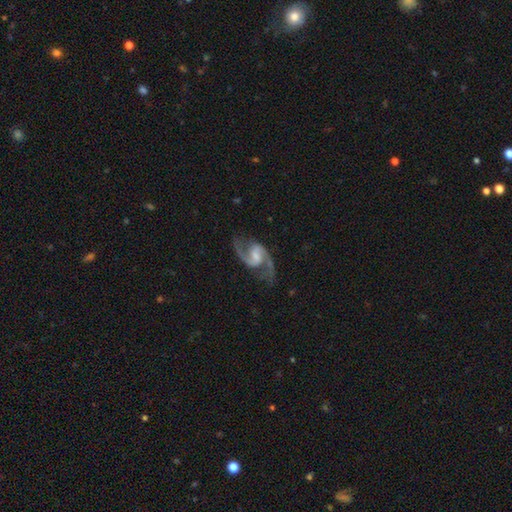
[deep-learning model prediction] Overall: featured or disk (92%). Edge-on disk: no (98%). Bar: weak (57%; no 24%). Spiral arms: yes (98%). Spiral arm count: 2 (94%). Spiral winding: medium (56%; loose 35%). Bulge size: small (36%; moderate 30%). Merging: none (78%).